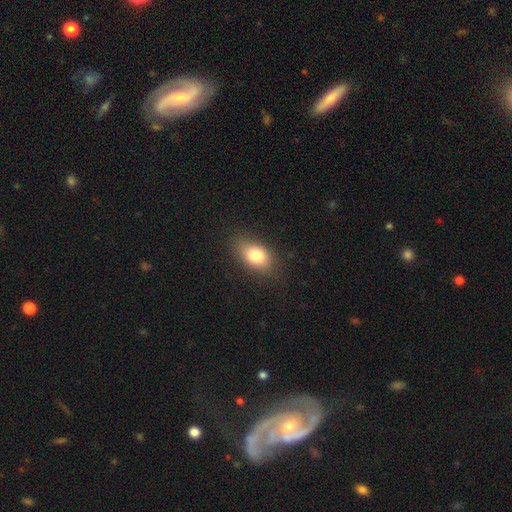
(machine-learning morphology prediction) smooth 80%, featured or disk 11%, star or artifact 9%. Down the decision tree: how rounded — in between (82%); merging — none (80%).